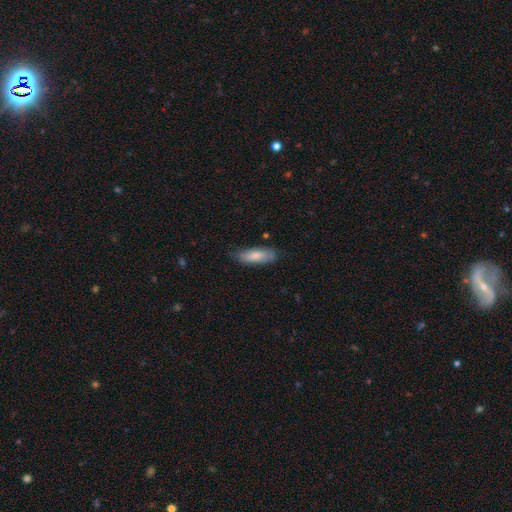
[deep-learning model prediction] A smooth galaxy with no disk features (80%) that is in between round and cigar-shaped (53%).

Vote fractions:
- Smooth or featured? smooth: 80% / featured or disk: 15% / star or artifact: 6%
- How rounded? in between: 53% / cigar-shaped: 45% / round: 2%
- Merging? none: 75% / minor disturbance: 20% / major disturbance: 3% / merger: 2%